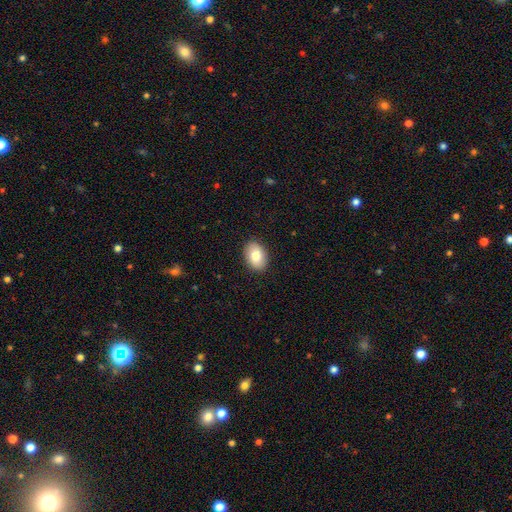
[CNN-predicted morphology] A smooth galaxy with no disk features (84%) that is in between round and cigar-shaped (87%).

Vote fractions:
- Smooth or featured? smooth: 84% / featured or disk: 10% / star or artifact: 7%
- How rounded? in between: 87% / round: 12% / cigar-shaped: 1%
- Merging? none: 90% / minor disturbance: 7% / major disturbance: 2% / merger: 1%